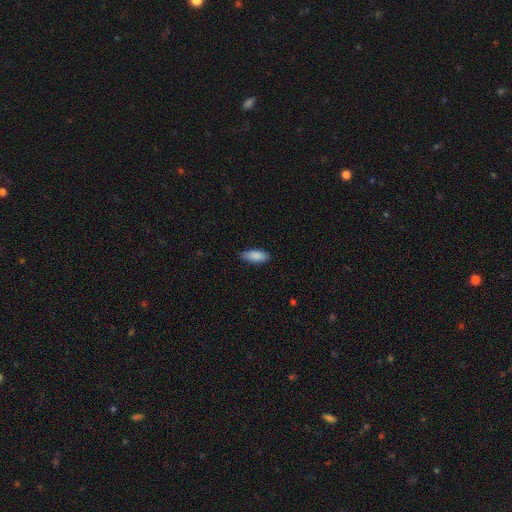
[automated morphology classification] Smooth or featured?
  - smooth: 88% *
  - star or artifact: 6%
  - featured or disk: 6%
How rounded?
  - in between: 84% *
  - cigar-shaped: 14%
  - round: 2%
Merging?
  - none: 83% *
  - minor disturbance: 14%
  - major disturbance: 2%
  - merger: 1%